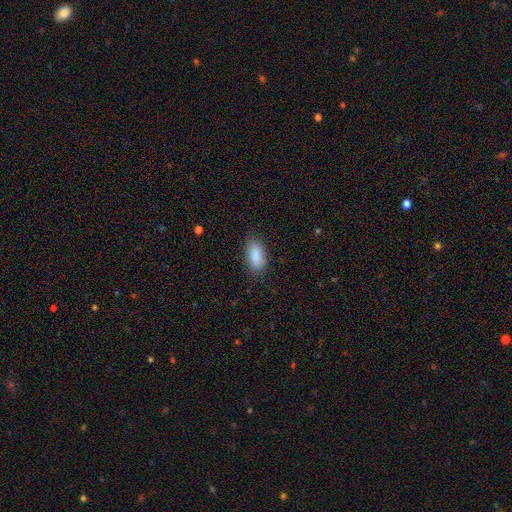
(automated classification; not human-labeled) Smooth or featured: smooth — 89% (star or artifact — 7%)
How rounded: in between — 91% (cigar-shaped — 6%)
Merging: none — 82% (minor disturbance — 14%)